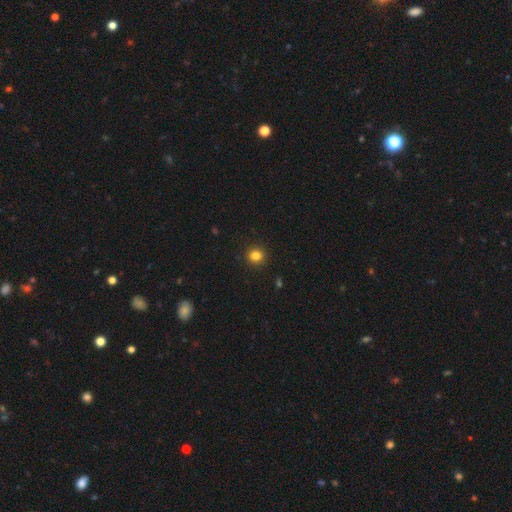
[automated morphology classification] Overall: smooth (83%). How rounded: round (88%). Merging: none (92%).